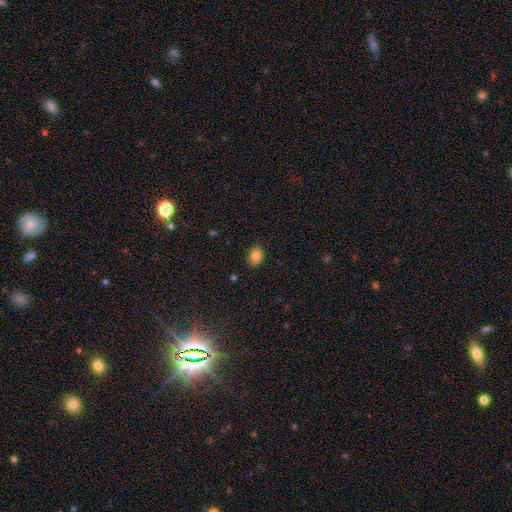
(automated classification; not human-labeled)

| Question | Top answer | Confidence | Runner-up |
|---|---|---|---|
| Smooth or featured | smooth | 82% | star or artifact (10%) |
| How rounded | in between | 70% | round (29%) |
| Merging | none | 83% | minor disturbance (13%) |